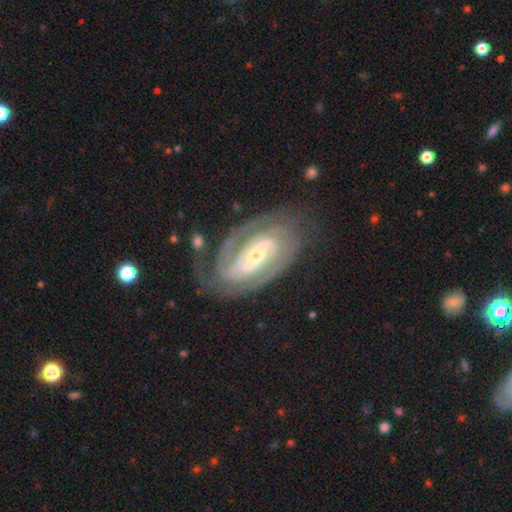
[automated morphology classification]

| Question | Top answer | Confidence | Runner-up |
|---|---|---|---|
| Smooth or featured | featured or disk | 90% | smooth (5%) |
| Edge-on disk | no | 96% | yes (4%) |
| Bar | strong | 55% | weak (30%) |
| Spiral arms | yes | 97% | no (3%) |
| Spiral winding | tight | 66% | medium (29%) |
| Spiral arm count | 2 | 69% | 3 (13%) |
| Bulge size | small | 55% | moderate (40%) |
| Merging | none | 75% | minor disturbance (16%) |